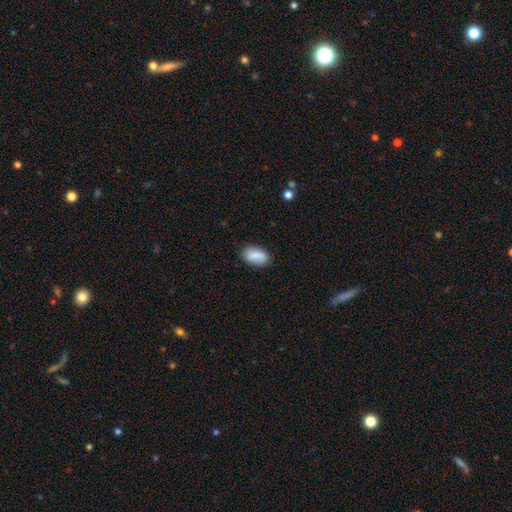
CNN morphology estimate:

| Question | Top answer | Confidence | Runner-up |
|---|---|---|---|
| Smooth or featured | smooth | 80% | featured or disk (13%) |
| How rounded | in between | 92% | round (6%) |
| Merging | none | 82% | minor disturbance (14%) |